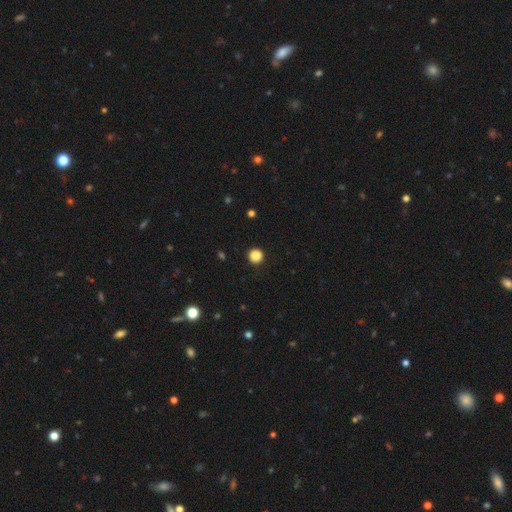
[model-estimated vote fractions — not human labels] This appears to be a smooth galaxy with no disk features (87%) that is round (93%). Merging: none (91%).